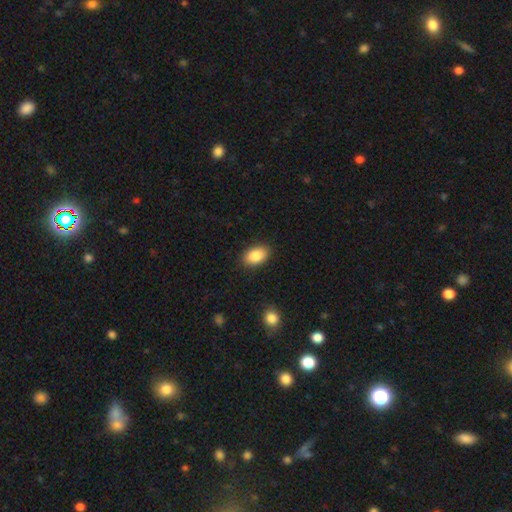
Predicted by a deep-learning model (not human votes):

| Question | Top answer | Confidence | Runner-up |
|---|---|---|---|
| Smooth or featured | smooth | 87% | star or artifact (7%) |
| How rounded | in between | 90% | round (9%) |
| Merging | none | 88% | minor disturbance (9%) |